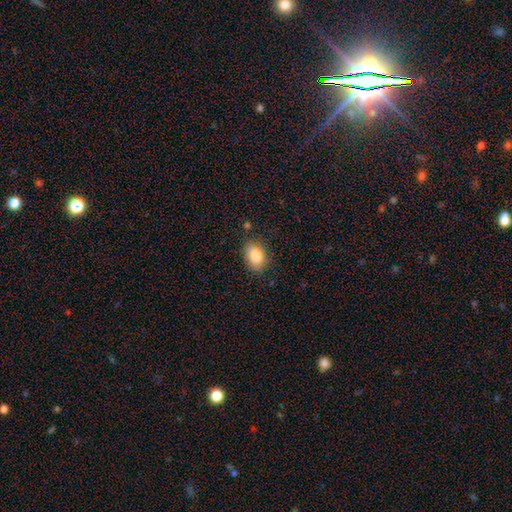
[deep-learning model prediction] A smooth galaxy with no disk features (85%) that is in between round and cigar-shaped (83%).

Vote fractions:
- Smooth or featured? smooth: 85% / star or artifact: 8% / featured or disk: 7%
- How rounded? in between: 83% / round: 16% / cigar-shaped: 1%
- Merging? none: 81% / minor disturbance: 14% / major disturbance: 3% / merger: 2%